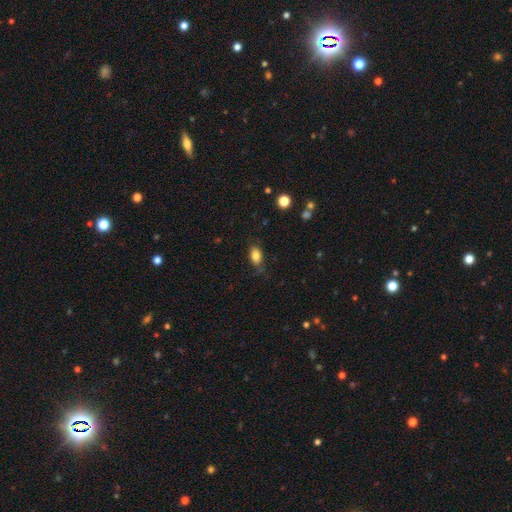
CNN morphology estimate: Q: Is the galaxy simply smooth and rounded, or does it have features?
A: smooth — 82%.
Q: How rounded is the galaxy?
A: in between — 88%.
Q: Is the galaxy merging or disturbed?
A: none — 74%.